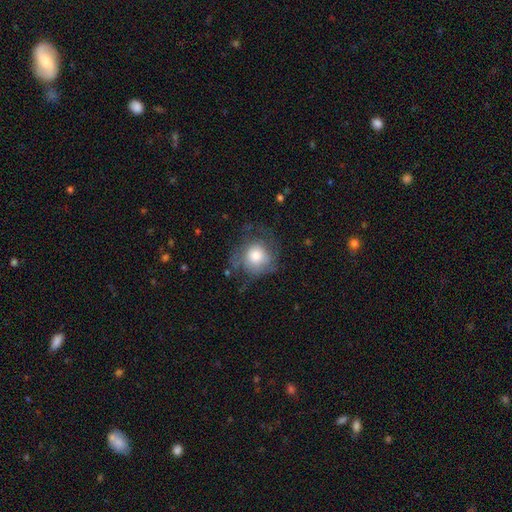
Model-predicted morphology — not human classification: type=smooth (62%); roundness=round (84%); merging=none (49%).